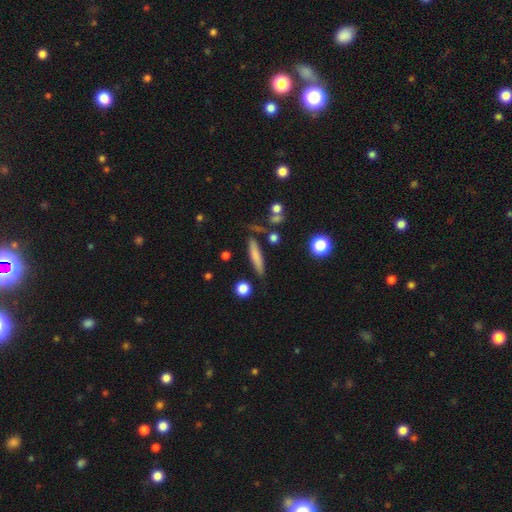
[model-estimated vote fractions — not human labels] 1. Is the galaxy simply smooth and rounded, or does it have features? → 70% smooth, 22% featured or disk, 7% star or artifact.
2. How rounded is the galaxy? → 87% cigar-shaped, 10% in between, 3% round.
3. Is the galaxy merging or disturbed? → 79% none, 12% minor disturbance, 5% merger, 3% major disturbance.